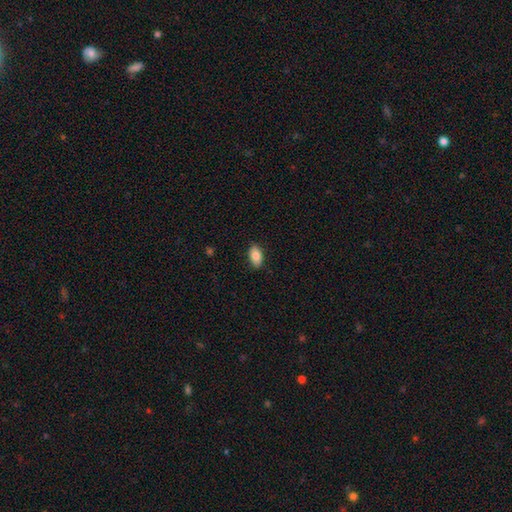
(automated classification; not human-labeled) Overall: smooth (85%). How rounded: in between (92%). Merging: none (87%).